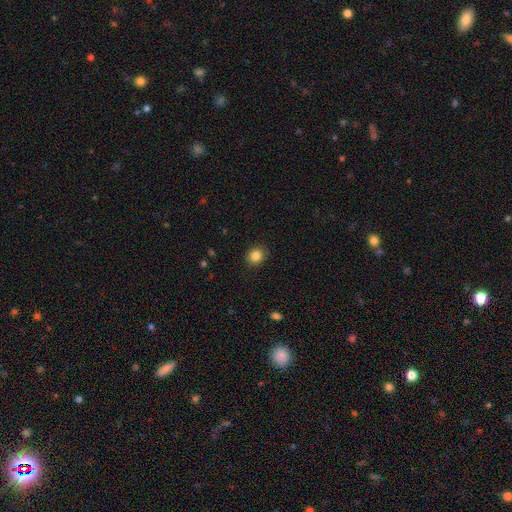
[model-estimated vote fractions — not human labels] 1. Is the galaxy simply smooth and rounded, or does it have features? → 85% smooth, 10% star or artifact, 5% featured or disk.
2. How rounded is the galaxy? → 75% round, 24% in between, 1% cigar-shaped.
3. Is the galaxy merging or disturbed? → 89% none, 8% minor disturbance, 2% major disturbance, 1% merger.